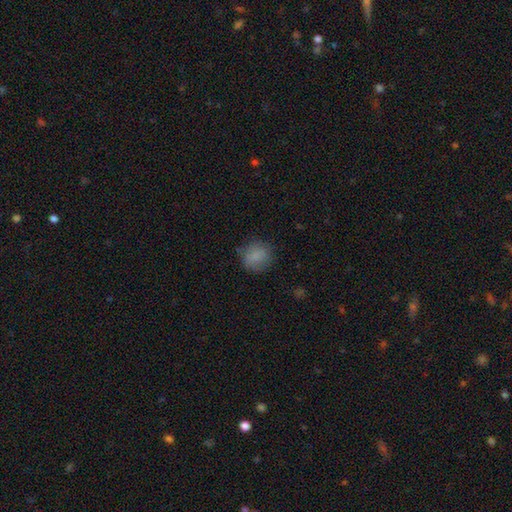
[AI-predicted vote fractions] A smooth galaxy with no disk features (84%) that is round (86%).

Vote fractions:
- Smooth or featured? smooth: 84% / star or artifact: 9% / featured or disk: 6%
- How rounded? round: 86% / in between: 13% / cigar-shaped: 1%
- Merging? none: 80% / minor disturbance: 15% / major disturbance: 4% / merger: 1%